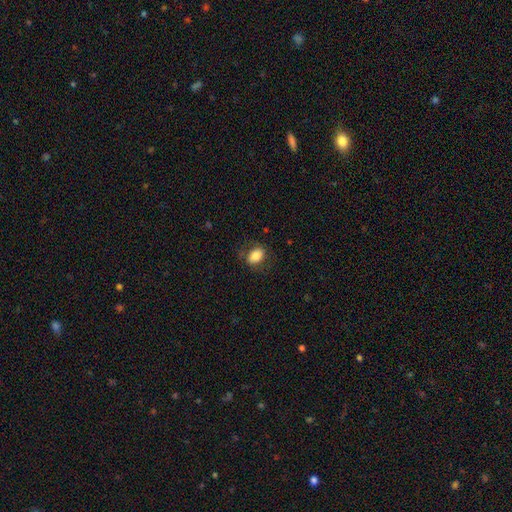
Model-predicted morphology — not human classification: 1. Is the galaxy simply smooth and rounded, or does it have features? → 82% smooth, 10% featured or disk, 8% star or artifact.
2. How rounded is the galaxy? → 77% in between, 22% round, 1% cigar-shaped.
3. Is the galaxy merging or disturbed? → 77% none, 16% minor disturbance, 6% major disturbance, 1% merger.